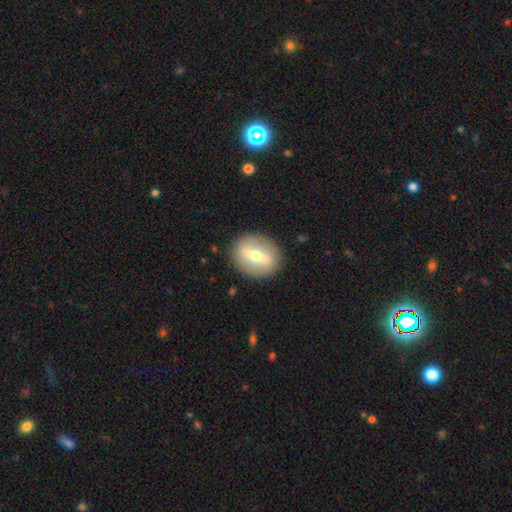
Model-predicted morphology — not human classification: Smooth or featured: featured or disk — 54% (smooth — 40%)
Edge-on disk: no — 74% (yes — 26%)
Merging: none — 89% (minor disturbance — 8%)